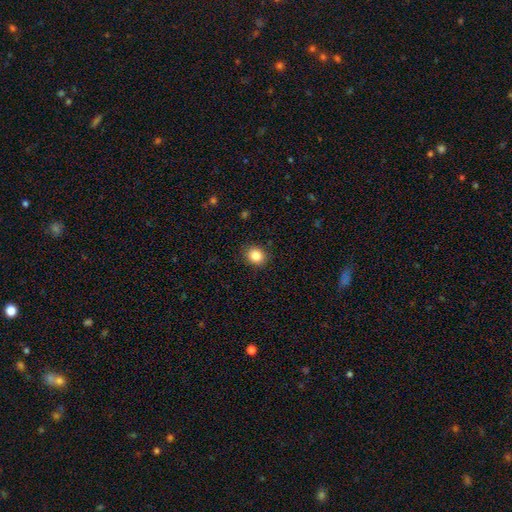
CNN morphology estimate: This is clearly a smooth galaxy (85%). How rounded: likely round (75%). Merging: clearly none (90%).